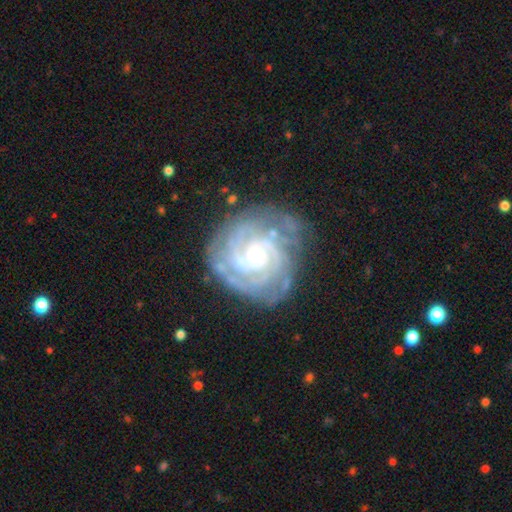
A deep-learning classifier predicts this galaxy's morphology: A featured or disk galaxy (90%) with no bar (72%), 3 (26%) tight (79%) spiral arms (98%) and a small central bulge (53%). Merging: none (76%).